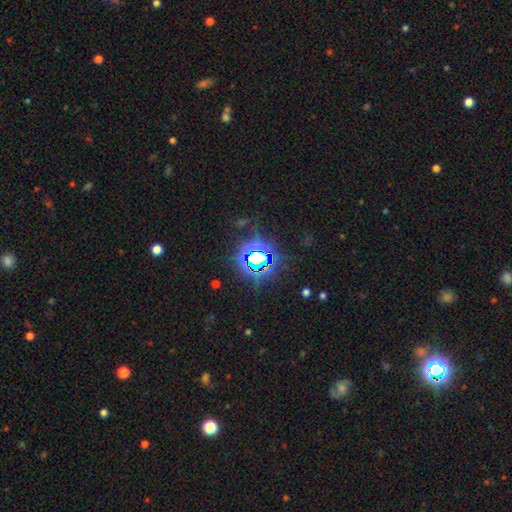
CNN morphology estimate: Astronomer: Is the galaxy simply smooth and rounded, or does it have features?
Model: star or artifact — 79%.